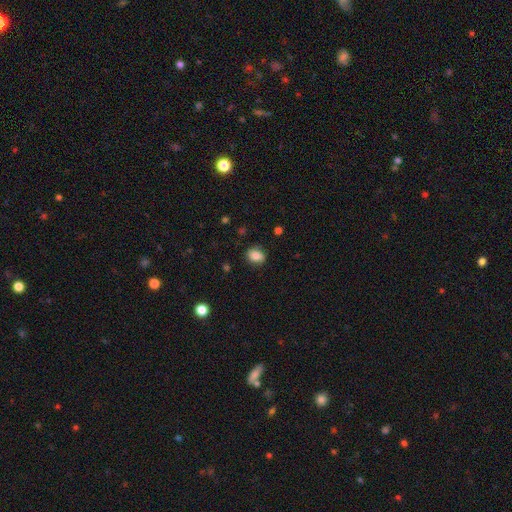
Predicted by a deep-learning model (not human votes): smooth 78%, featured or disk 12%, star or artifact 10%. Down the decision tree: how rounded — in between (57%); merging — none (80%).